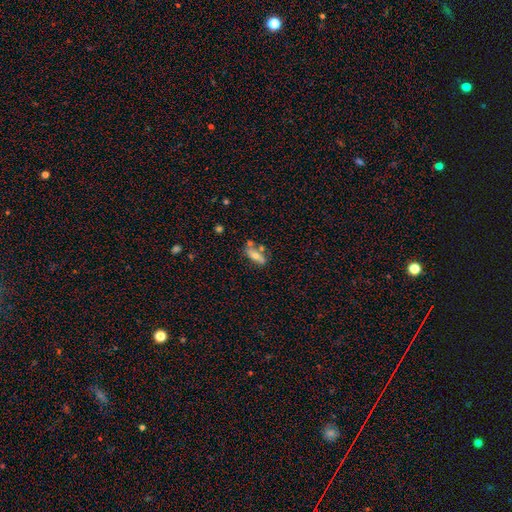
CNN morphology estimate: Q: Smooth or featured?
A: smooth (58%); runner-up: featured or disk (34%)
Q: How rounded?
A: in between (68%); runner-up: cigar-shaped (28%)
Q: Merging?
A: none (59%); runner-up: minor disturbance (18%)